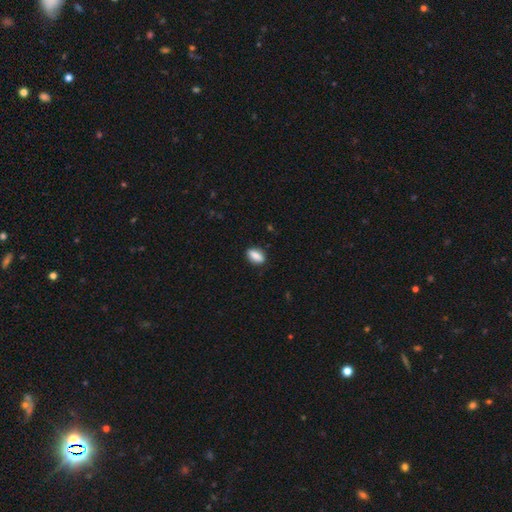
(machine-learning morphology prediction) This is clearly a smooth galaxy (83%). How rounded: likely in between (79%). Merging: clearly none (87%).